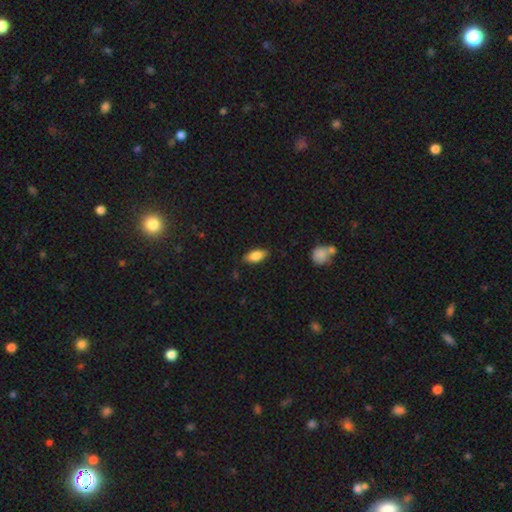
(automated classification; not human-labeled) Q: Smooth or featured?
A: smooth (84%); runner-up: featured or disk (9%)
Q: How rounded?
A: in between (88%); runner-up: cigar-shaped (9%)
Q: Merging?
A: none (81%); runner-up: minor disturbance (15%)